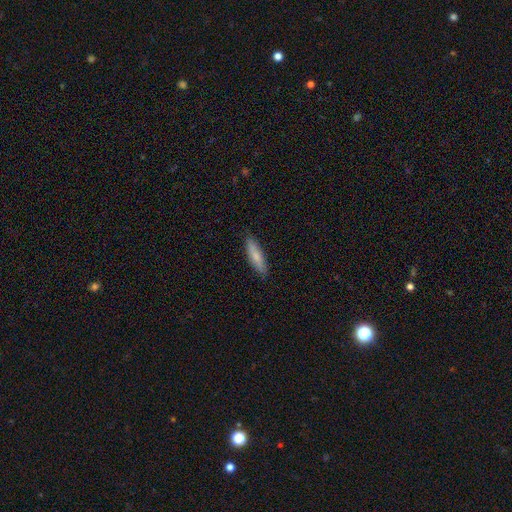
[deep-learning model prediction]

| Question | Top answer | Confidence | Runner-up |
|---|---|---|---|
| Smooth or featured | smooth | 77% | featured or disk (18%) |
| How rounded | cigar-shaped | 72% | in between (26%) |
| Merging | none | 86% | minor disturbance (11%) |